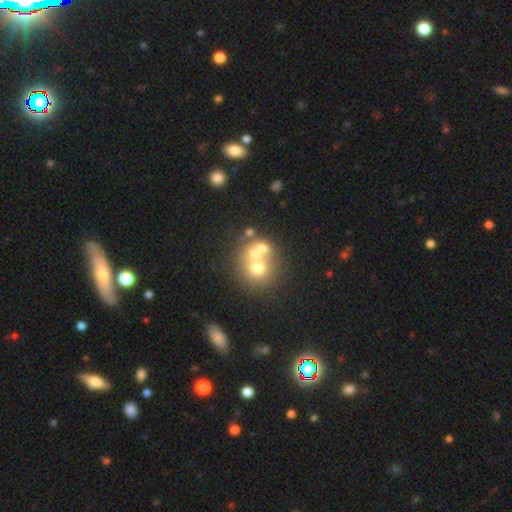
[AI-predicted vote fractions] Overall: smooth (56%; featured or disk 30%). How rounded: round (79%). Merging: merger (55%; none 34%).